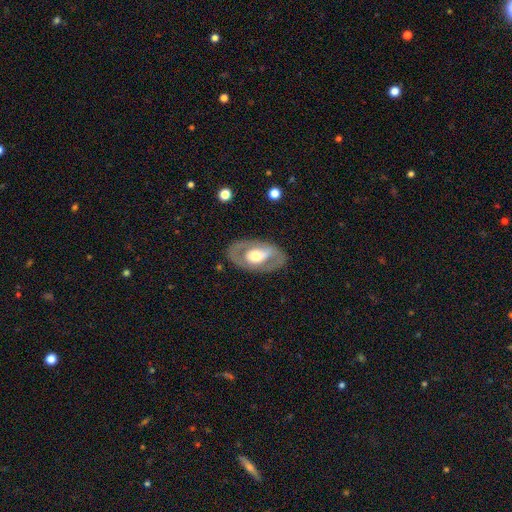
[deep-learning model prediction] This appears to be a featured or disk galaxy (63%) with no bar (64%), no spiral arms (68%) and a moderate central bulge (58%). Merging: none (79%).